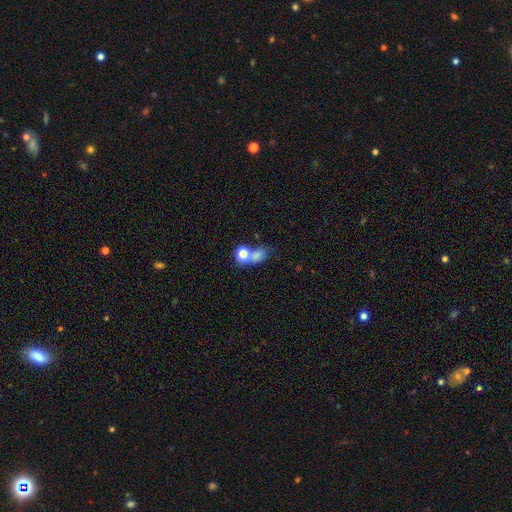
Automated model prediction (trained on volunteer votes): smooth_or_featured: smooth (p=0.74) [alt: star or artifact p=0.14]
how_rounded: round (p=0.50) [alt: in between p=0.49]
merging: merger (p=0.47) [alt: none p=0.34]